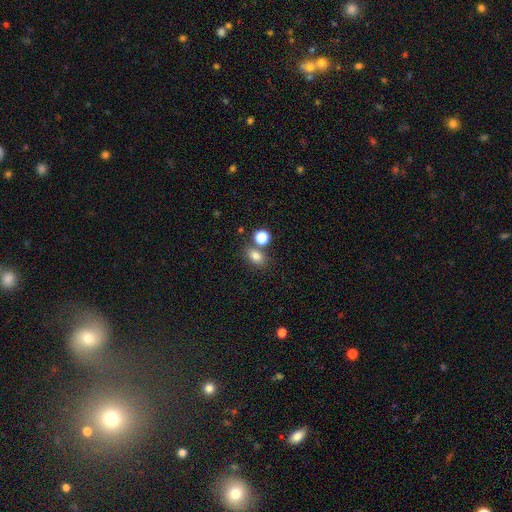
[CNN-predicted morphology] smooth-or-featured: smooth: 79% | star or artifact: 14% | featured or disk: 7%
  how-rounded: in between: 64% | round: 34% | cigar-shaped: 2%
  merging: none: 67% | merger: 18% | minor disturbance: 11% | major disturbance: 4%